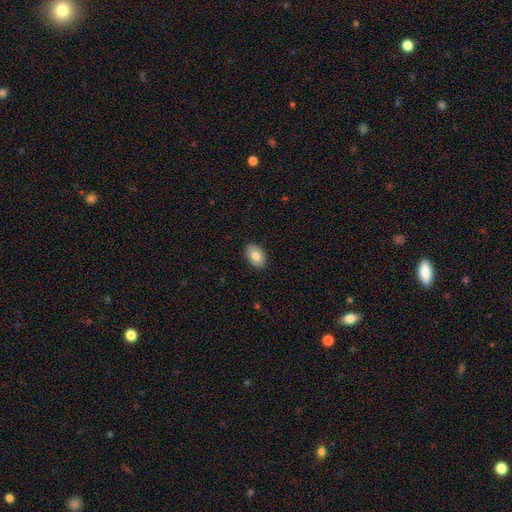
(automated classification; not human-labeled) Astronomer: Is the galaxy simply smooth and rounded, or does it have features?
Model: smooth — 80%.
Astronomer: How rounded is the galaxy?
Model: in between — 85%.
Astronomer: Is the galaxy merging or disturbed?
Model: none — 89%.